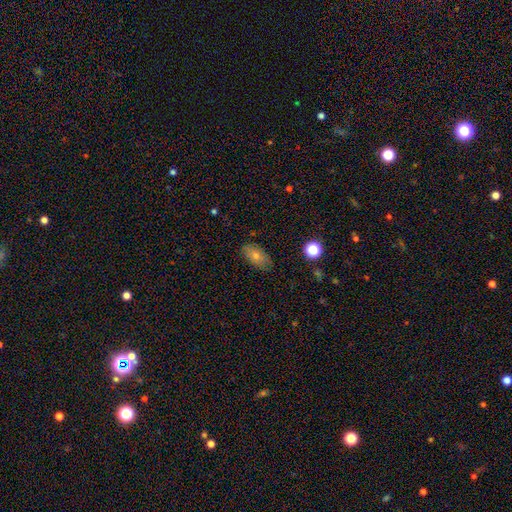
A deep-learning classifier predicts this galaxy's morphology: Overall: smooth (63%; featured or disk 23%). How rounded: in between (87%). Merging: none (83%).